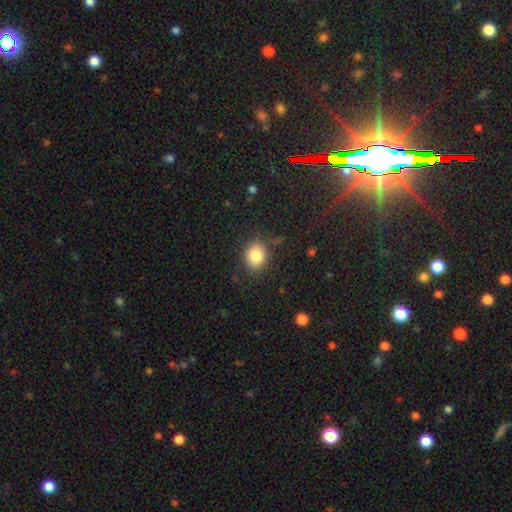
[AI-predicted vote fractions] Smooth or featured?
  - smooth: 84% *
  - star or artifact: 9%
  - featured or disk: 6%
How rounded?
  - round: 52% *
  - in between: 47%
  - cigar-shaped: 1%
Merging?
  - none: 81% *
  - minor disturbance: 13%
  - major disturbance: 4%
  - merger: 2%